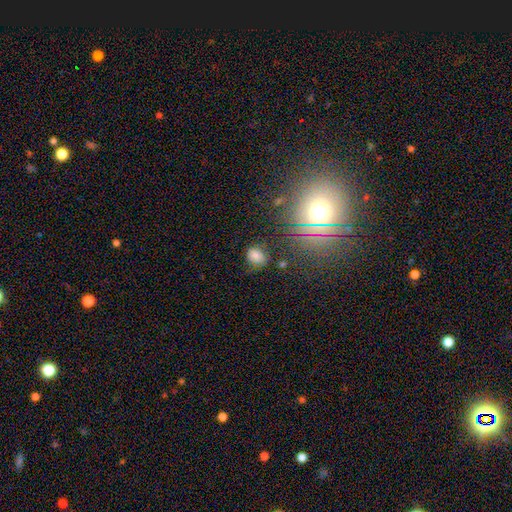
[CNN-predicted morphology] smooth_or_featured: smooth (p=0.74) [alt: star or artifact p=0.18]
how_rounded: in between (p=0.51) [alt: round p=0.48]
merging: none (p=0.74) [alt: minor disturbance p=0.18]